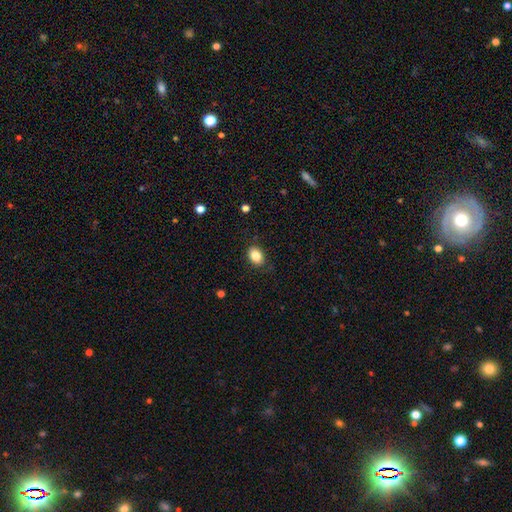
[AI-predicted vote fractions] A smooth galaxy with no disk features (85%) that is in between round and cigar-shaped (76%).

Vote fractions:
- Smooth or featured? smooth: 85% / star or artifact: 9% / featured or disk: 6%
- How rounded? in between: 76% / round: 22% / cigar-shaped: 1%
- Merging? none: 84% / minor disturbance: 12% / major disturbance: 3% / merger: 1%